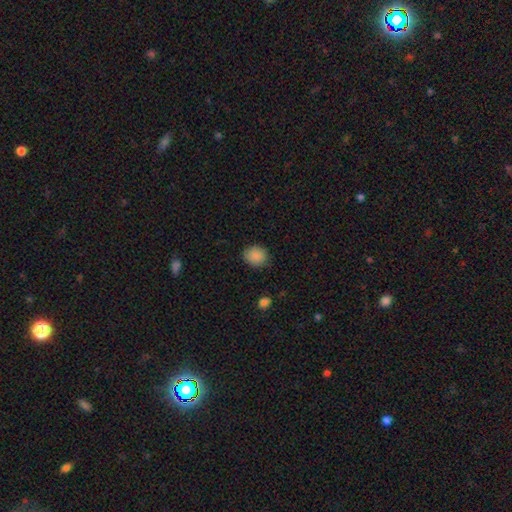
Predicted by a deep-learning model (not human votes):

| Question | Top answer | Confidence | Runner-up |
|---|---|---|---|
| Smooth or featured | smooth | 87% | star or artifact (9%) |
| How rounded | round | 73% | in between (26%) |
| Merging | none | 83% | minor disturbance (13%) |